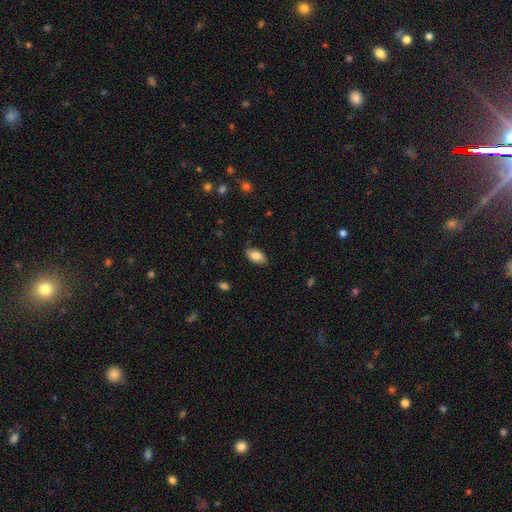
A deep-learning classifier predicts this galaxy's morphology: Smooth or featured: smooth — 85% (featured or disk — 9%)
How rounded: in between — 92% (cigar-shaped — 4%)
Merging: none — 84% (minor disturbance — 12%)